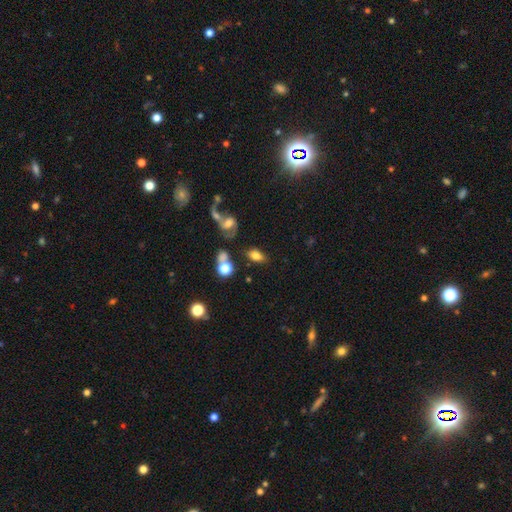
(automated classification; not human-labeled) A smooth galaxy with no disk features (74%) that is in between round and cigar-shaped (84%).

Vote fractions:
- Smooth or featured? smooth: 74% / featured or disk: 15% / star or artifact: 11%
- How rounded? in between: 84% / round: 12% / cigar-shaped: 4%
- Merging? none: 67% / minor disturbance: 14% / merger: 12% / major disturbance: 7%